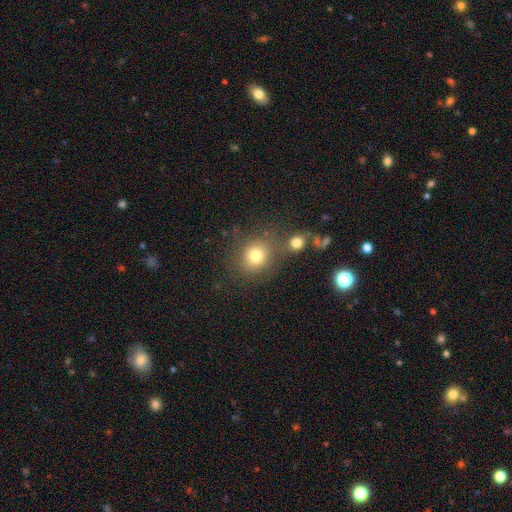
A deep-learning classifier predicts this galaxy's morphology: Smooth or featured?
  - smooth: 78% *
  - star or artifact: 13%
  - featured or disk: 10%
How rounded?
  - round: 80% *
  - in between: 19%
  - cigar-shaped: 1%
Merging?
  - none: 64% *
  - merger: 20%
  - minor disturbance: 11%
  - major disturbance: 5%